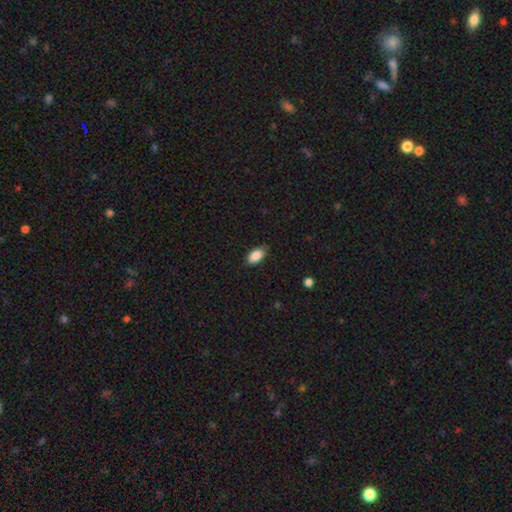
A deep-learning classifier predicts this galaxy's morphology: Q: Smooth or featured?
A: smooth (88%); runner-up: star or artifact (7%)
Q: How rounded?
A: in between (92%); runner-up: round (4%)
Q: Merging?
A: none (83%); runner-up: minor disturbance (14%)